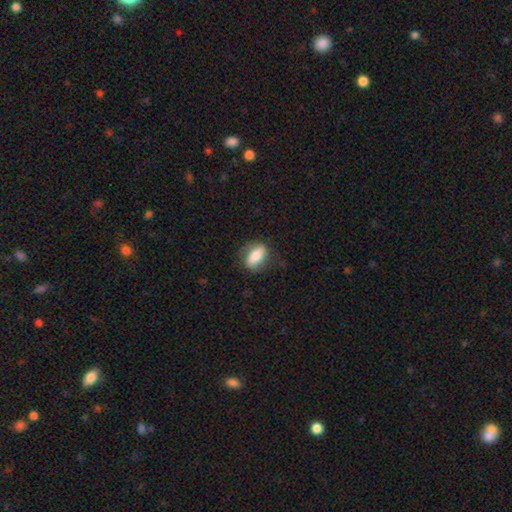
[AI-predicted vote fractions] A smooth galaxy with no disk features (66%) that is in between round and cigar-shaped (81%).

Vote fractions:
- Smooth or featured? smooth: 66% / featured or disk: 27% / star or artifact: 7%
- How rounded? in between: 81% / round: 11% / cigar-shaped: 8%
- Merging? none: 74% / minor disturbance: 19% / major disturbance: 6% / merger: 1%